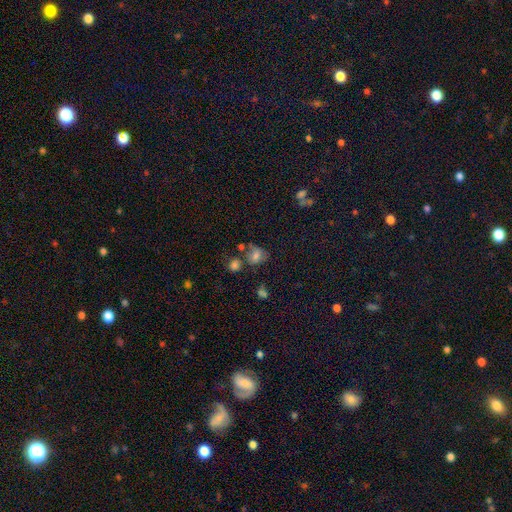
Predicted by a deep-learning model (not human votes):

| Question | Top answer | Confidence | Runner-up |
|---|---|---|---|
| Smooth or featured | smooth | 67% | featured or disk (17%) |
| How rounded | round | 60% | in between (38%) |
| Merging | none | 51% | minor disturbance (20%) |